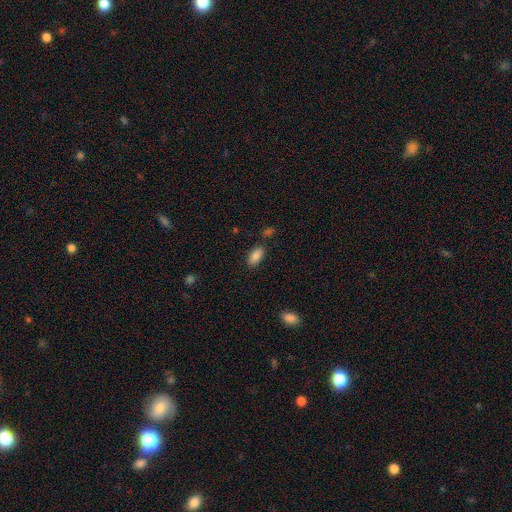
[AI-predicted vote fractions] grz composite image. It shows a smooth galaxy with no disk features (87%) that is in between round and cigar-shaped (91%). Merging: none (82%).